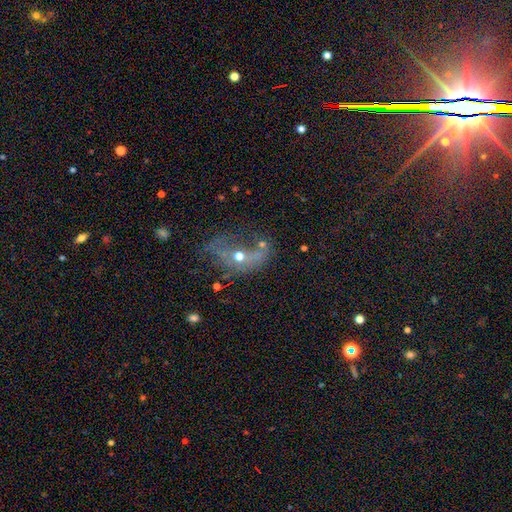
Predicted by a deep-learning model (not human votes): The model was most divided on "merging": major disturbance: 33%, none: 30%, merger: 20%, minor disturbance: 17%. Remaining: smooth or featured — featured or disk (45%).